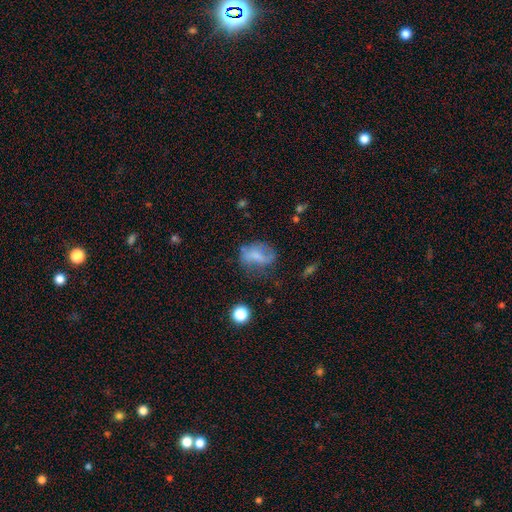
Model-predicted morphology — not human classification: A smooth galaxy with no disk features (55%) that is in between round and cigar-shaped (72%). Merging: none (42%).